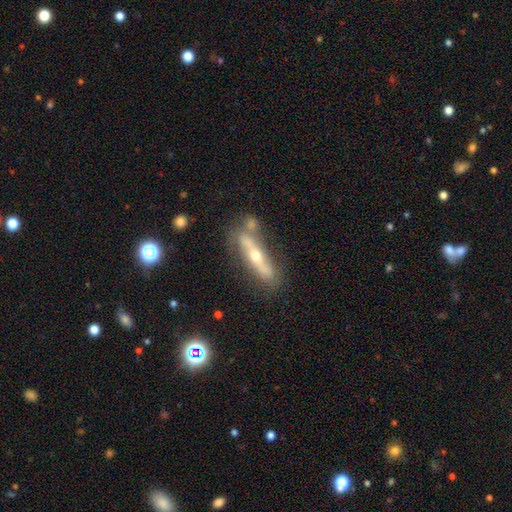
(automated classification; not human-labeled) A featured or disk galaxy (68%) viewed edge-on (74%) with a rounded central bulge (89%). Merging: none (67%).